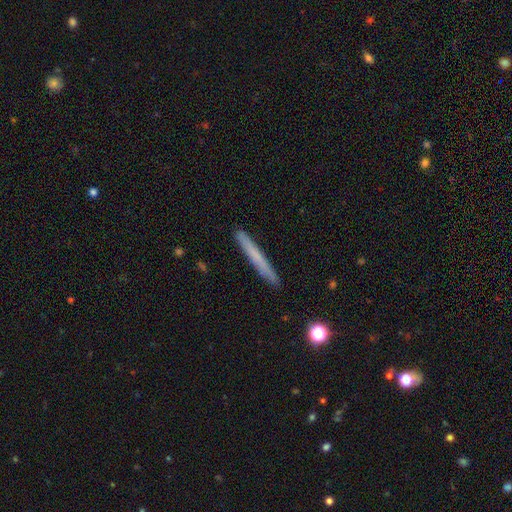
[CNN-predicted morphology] Q: Smooth or featured?
A: smooth (63%); runner-up: featured or disk (31%)
Q: How rounded?
A: cigar-shaped (97%); runner-up: in between (2%)
Q: Merging?
A: none (91%); runner-up: minor disturbance (6%)